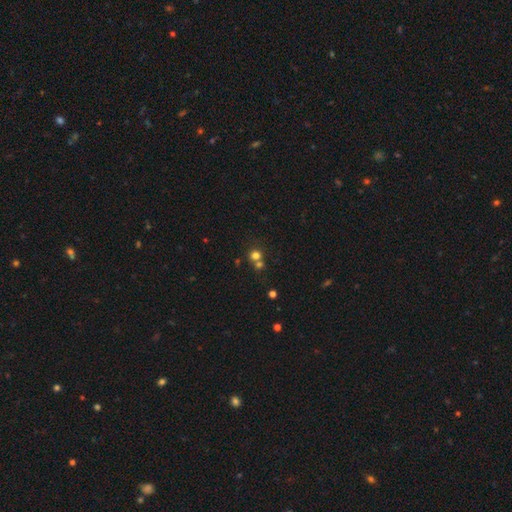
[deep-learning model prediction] smooth 72%, star or artifact 19%, featured or disk 10%. Down the decision tree: how rounded — round (88%); merging — none (53%).